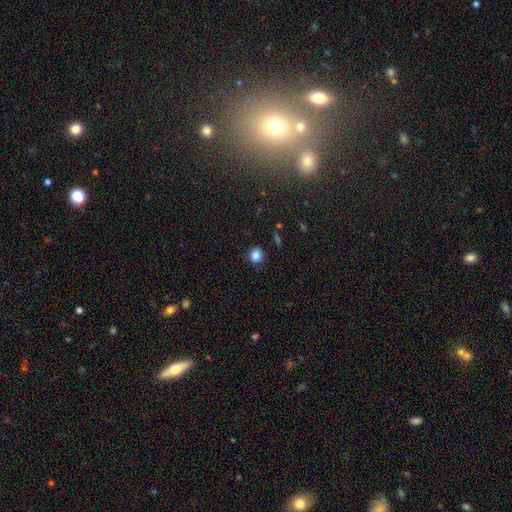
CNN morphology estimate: Smooth or featured? Predicted: smooth (p=0.84). How rounded? Predicted: round (p=0.81). Merging? Predicted: none (p=0.87).